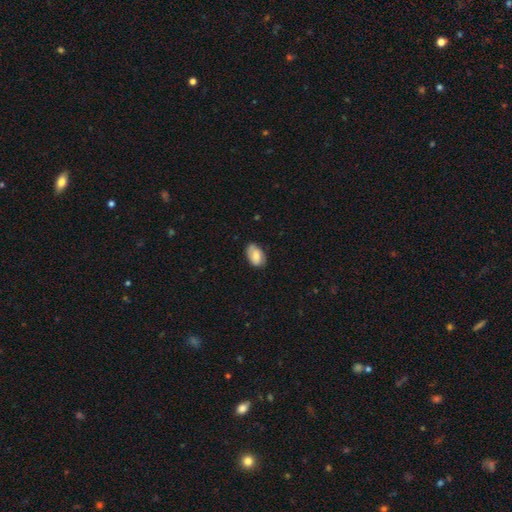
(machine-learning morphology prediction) A smooth galaxy with no disk features (74%) that is in between round and cigar-shaped (89%).

Vote fractions:
- Smooth or featured? smooth: 74% / featured or disk: 19% / star or artifact: 7%
- How rounded? in between: 89% / round: 9% / cigar-shaped: 1%
- Merging? none: 73% / minor disturbance: 22% / major disturbance: 4% / merger: 1%